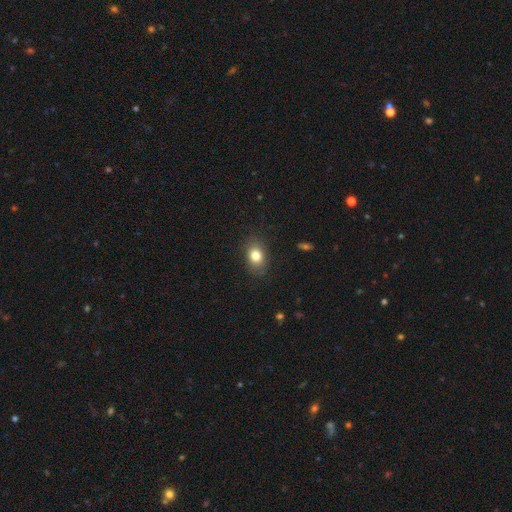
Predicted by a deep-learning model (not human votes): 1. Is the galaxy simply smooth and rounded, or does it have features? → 81% smooth, 10% star or artifact, 10% featured or disk.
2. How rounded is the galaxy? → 69% in between, 30% round, 1% cigar-shaped.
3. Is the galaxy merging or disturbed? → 83% none, 12% minor disturbance, 3% major disturbance, 1% merger.